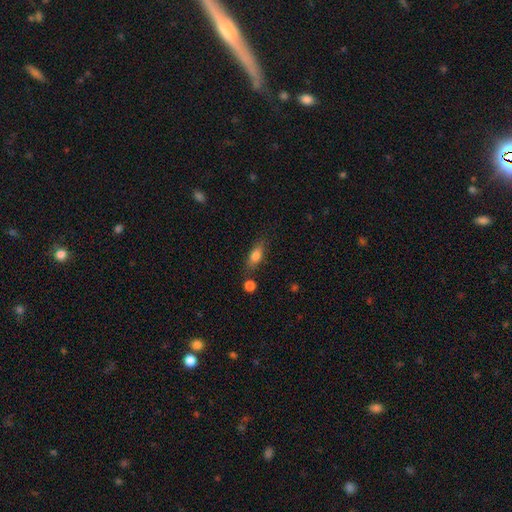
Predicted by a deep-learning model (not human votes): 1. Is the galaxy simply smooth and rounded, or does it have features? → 74% smooth, 17% featured or disk, 8% star or artifact.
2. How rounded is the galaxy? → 69% in between, 25% cigar-shaped, 6% round.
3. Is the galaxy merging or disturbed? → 73% none, 15% minor disturbance, 7% merger, 4% major disturbance.